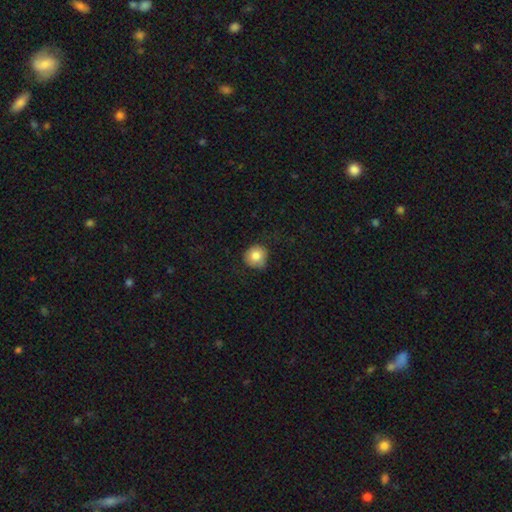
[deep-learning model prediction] Q: Smooth or featured?
A: smooth (82%); runner-up: star or artifact (9%)
Q: How rounded?
A: round (90%); runner-up: in between (9%)
Q: Merging?
A: none (71%); runner-up: minor disturbance (22%)